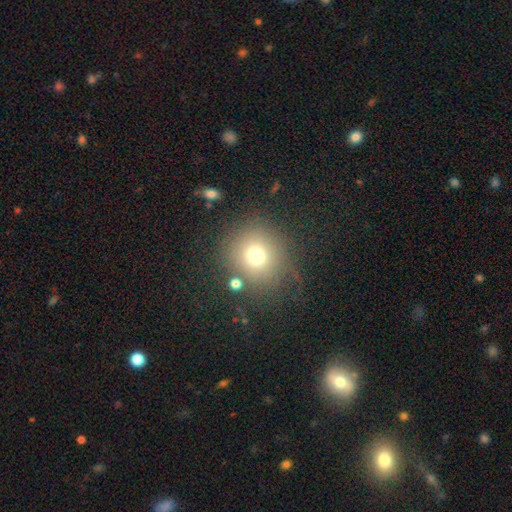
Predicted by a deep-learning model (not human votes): smooth 72%, star or artifact 17%, featured or disk 12%. Down the decision tree: how rounded — round (92%); merging — none (77%).